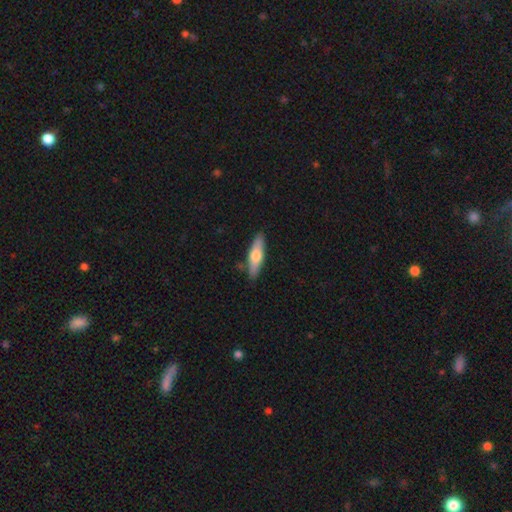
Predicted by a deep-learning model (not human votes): Morphology: type=smooth (56%); roundness=cigar-shaped (58%); merging=none (85%).